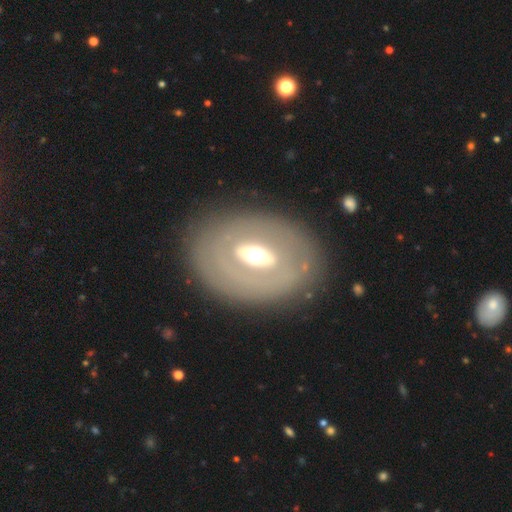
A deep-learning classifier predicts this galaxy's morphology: This is likely a featured or disk galaxy (63%). It is clearly not viewed edge-on (86%). Bar: marginally strong (43%). Spiral arm pattern: clearly no (89%). Central bulge: likely moderate (62%). Merging: clearly none (81%).